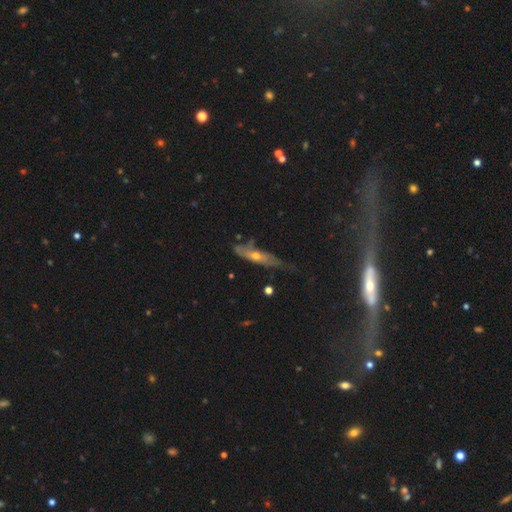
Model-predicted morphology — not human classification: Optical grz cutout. It shows a featured or disk galaxy (57%). Merging: none (45%).